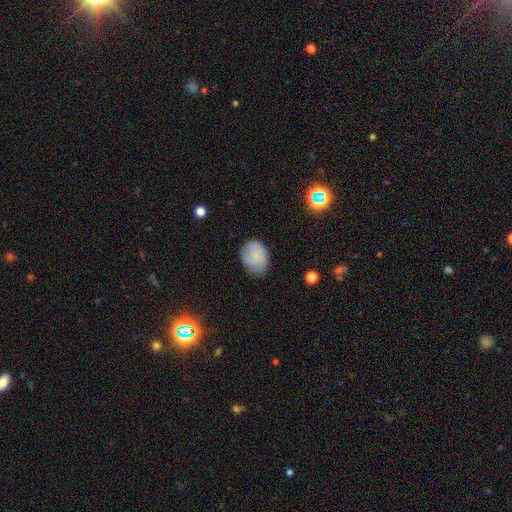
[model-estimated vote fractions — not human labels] A smooth galaxy with no disk features (68%) that is round (50%). Merging: none (62%).